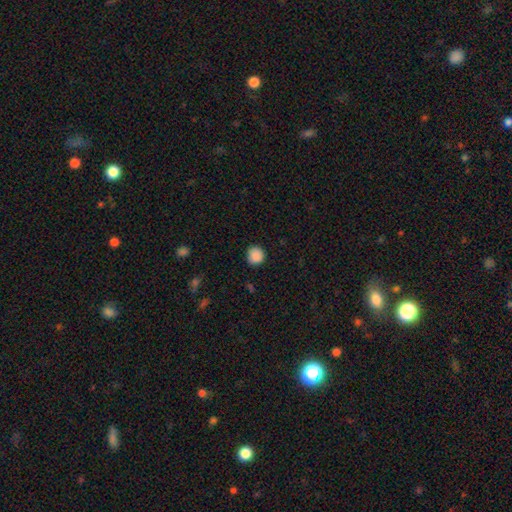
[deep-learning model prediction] A smooth galaxy with no disk features (88%) that is round (92%). Merging: none (88%).